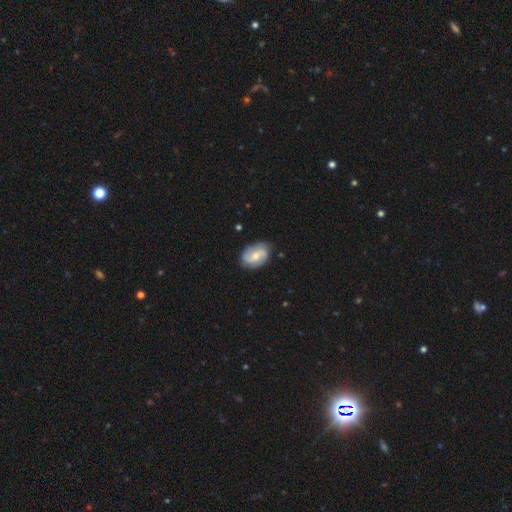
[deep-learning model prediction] smooth-or-featured: featured or disk: 72% | smooth: 22% | star or artifact: 6%
  disk-edge-on: no: 97% | yes: 3%
    bar: weak: 46% | no: 43% | strong: 12%
    has-spiral-arms: yes: 93% | no: 7%
      spiral-winding: medium: 43% | loose: 31% | tight: 26%
      spiral-arm-count: 2: 83% | can't tell: 7% | 3: 5% | 1: 2% | 4: 1% | more than 4: 1%
    bulge-size: moderate: 55% | small: 38% | large: 3% | none: 3% | dominant: 1%
  merging: none: 80% | minor disturbance: 15% | major disturbance: 4% | merger: 1%